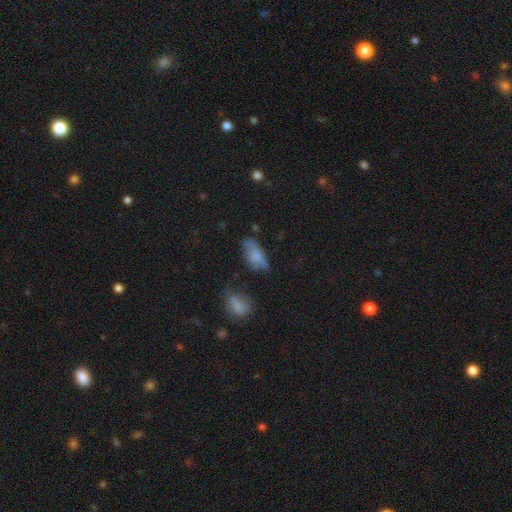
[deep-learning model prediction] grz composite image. It shows a smooth galaxy with no disk features (67%) that is in between round and cigar-shaped (82%). Merging: none (49%).